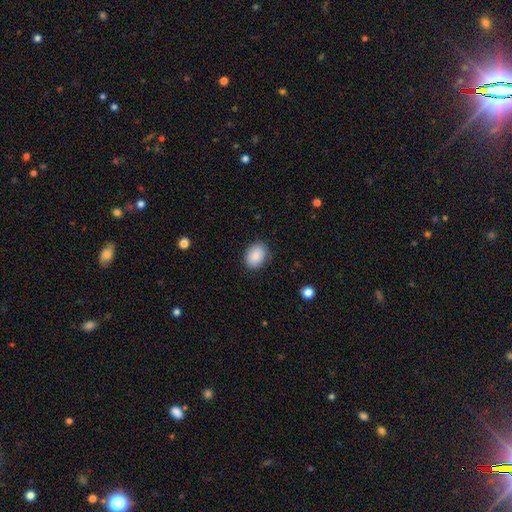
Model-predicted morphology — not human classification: This is clearly a smooth galaxy (89%). How rounded: likely in between (69%). Merging: clearly none (85%).